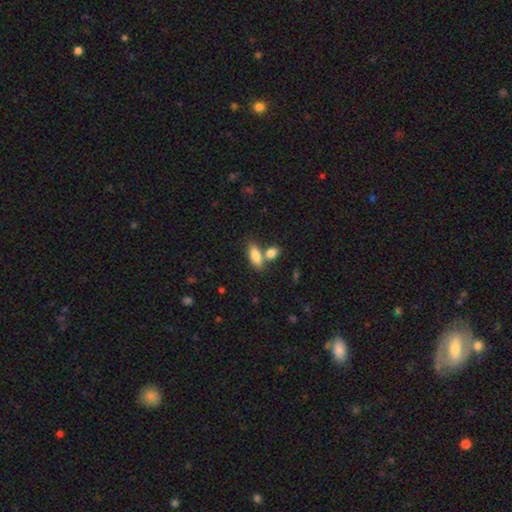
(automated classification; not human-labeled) Smooth or featured? smooth (81%)
How rounded? in between (79%)
Merging? none (52%)